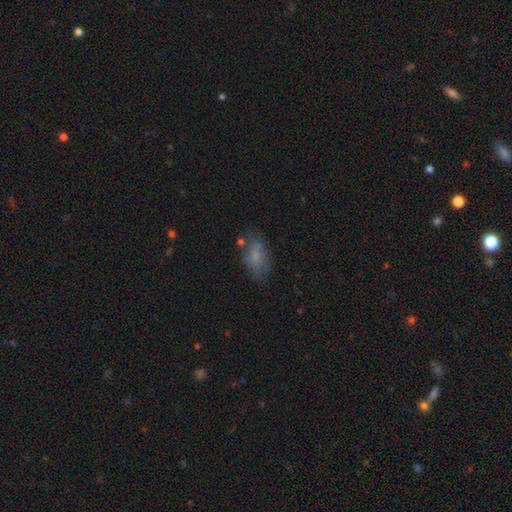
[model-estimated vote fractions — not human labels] Smooth or featured: smooth — 70% (featured or disk — 20%)
How rounded: in between — 89% (round — 7%)
Merging: none — 62% (minor disturbance — 23%)